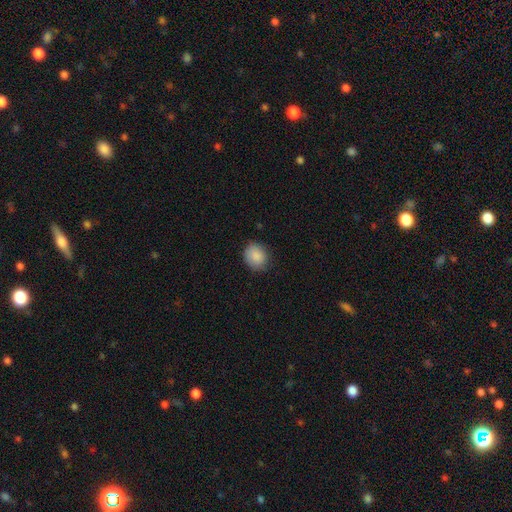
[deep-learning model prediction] This appears to be a smooth galaxy with no disk features (88%) that is round (67%). Merging: none (80%).